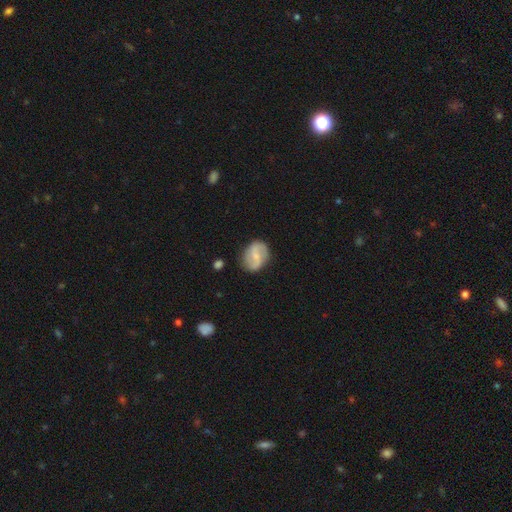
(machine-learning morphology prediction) A featured or disk galaxy (66%) with a weak bar (50%), 2 (90%) loose (50%) spiral arms (89%) and a small central bulge (61%). Merging: none (79%).